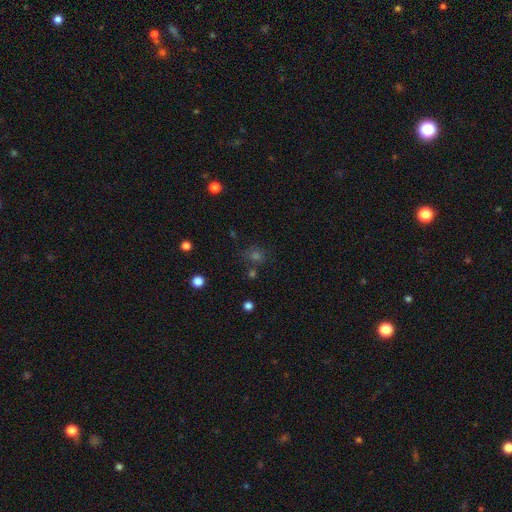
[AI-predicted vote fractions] Morphology: type=smooth (52%); roundness=round (78%); merging=none (74%).